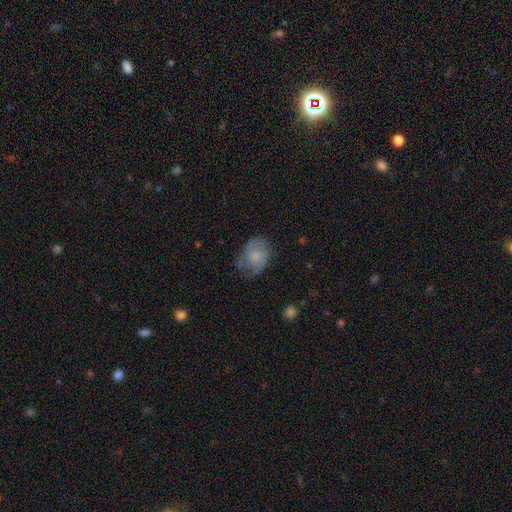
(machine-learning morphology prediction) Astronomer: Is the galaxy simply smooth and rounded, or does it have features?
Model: smooth — 54% (runner-up: featured or disk, 38%).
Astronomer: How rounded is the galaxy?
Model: in between — 59% (runner-up: round, 40%).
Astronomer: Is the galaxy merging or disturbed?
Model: none — 50% (runner-up: minor disturbance, 32%).